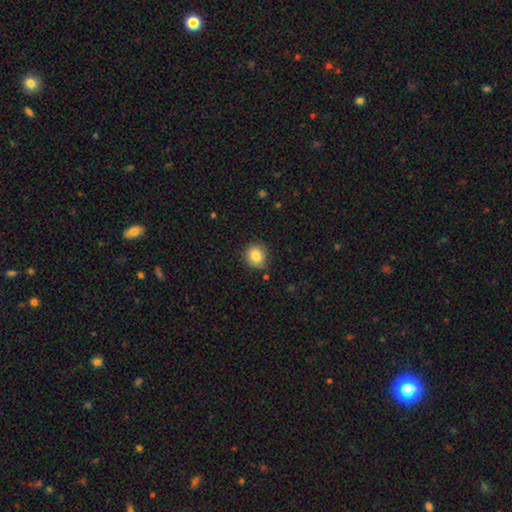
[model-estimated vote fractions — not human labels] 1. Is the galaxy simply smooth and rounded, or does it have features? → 83% smooth, 9% star or artifact, 8% featured or disk.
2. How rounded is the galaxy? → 82% round, 17% in between, 1% cigar-shaped.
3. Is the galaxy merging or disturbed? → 78% none, 16% minor disturbance, 3% major disturbance, 2% merger.